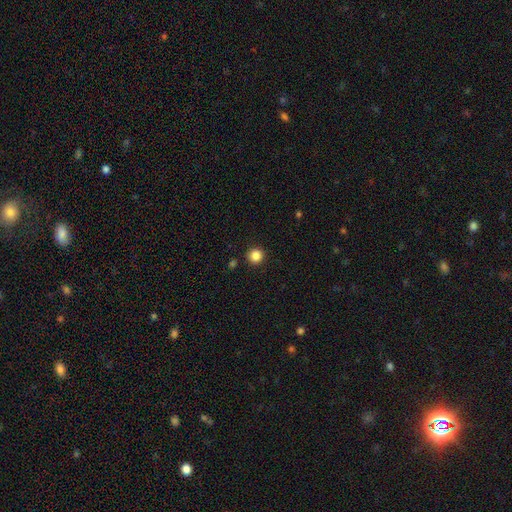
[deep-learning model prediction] Smooth or featured? Predicted: smooth (p=0.86). How rounded? Predicted: round (p=0.95). Merging? Predicted: none (p=0.91).